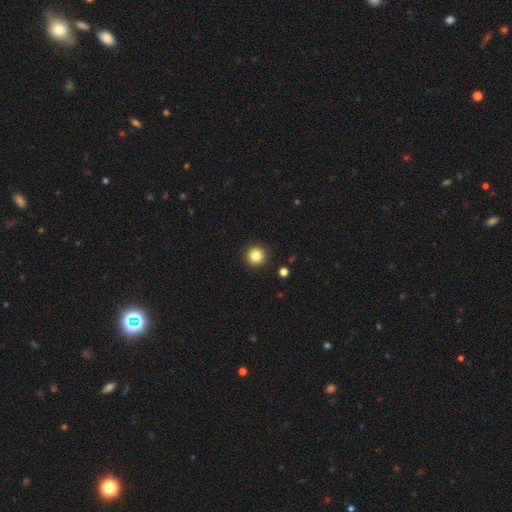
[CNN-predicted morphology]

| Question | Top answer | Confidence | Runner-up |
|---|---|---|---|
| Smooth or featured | smooth | 84% | star or artifact (10%) |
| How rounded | round | 96% | in between (3%) |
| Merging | none | 93% | minor disturbance (4%) |